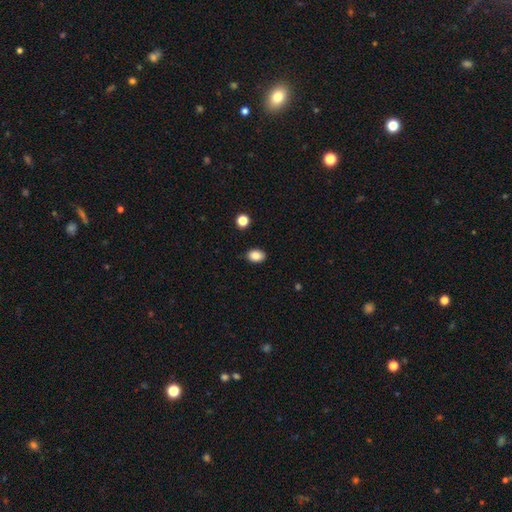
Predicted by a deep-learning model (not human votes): smooth 87%, star or artifact 9%, featured or disk 4%. Down the decision tree: how rounded — in between (77%); merging — none (87%).